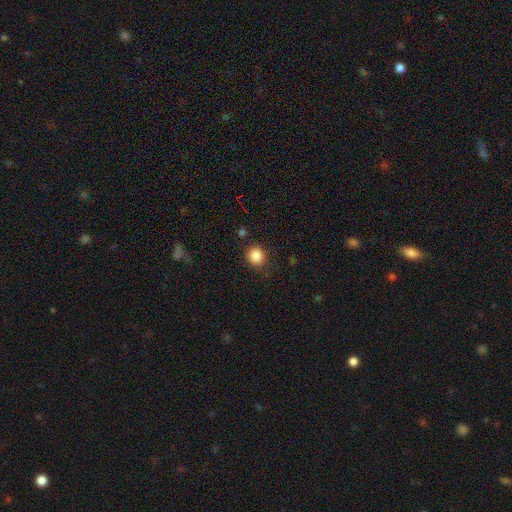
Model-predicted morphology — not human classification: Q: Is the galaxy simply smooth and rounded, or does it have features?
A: smooth — 86%.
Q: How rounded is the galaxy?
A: round — 86%.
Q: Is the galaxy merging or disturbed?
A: none — 85%.